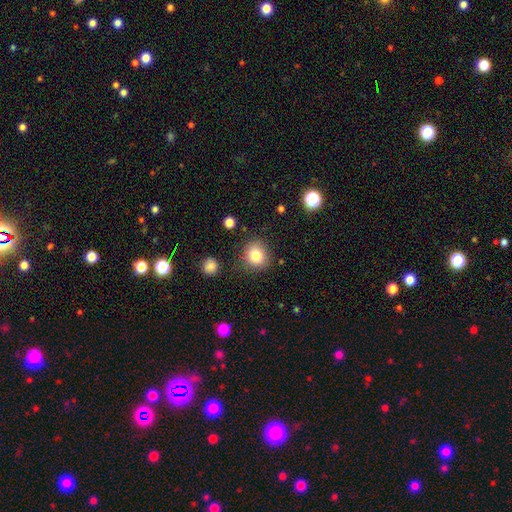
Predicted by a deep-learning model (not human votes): Smooth or featured?
  - smooth: 81% *
  - star or artifact: 11%
  - featured or disk: 8%
How rounded?
  - round: 82% *
  - in between: 17%
  - cigar-shaped: 1%
Merging?
  - none: 81% *
  - minor disturbance: 12%
  - major disturbance: 4%
  - merger: 3%